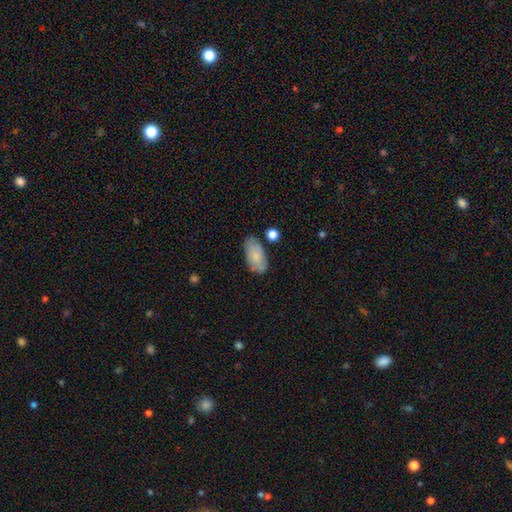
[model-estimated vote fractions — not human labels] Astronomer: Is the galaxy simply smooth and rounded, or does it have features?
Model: smooth — 78%.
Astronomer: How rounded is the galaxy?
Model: in between — 94%.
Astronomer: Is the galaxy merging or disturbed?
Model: none — 71%.